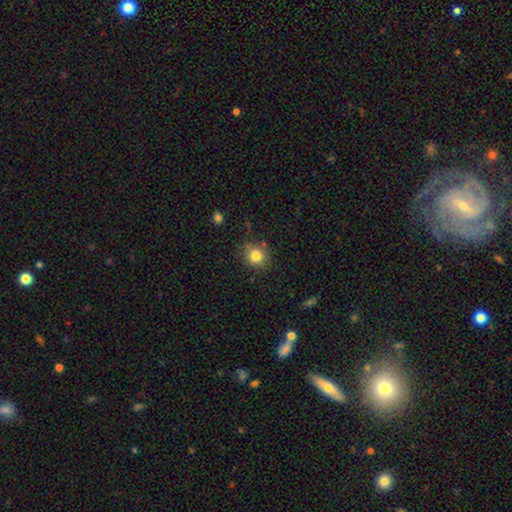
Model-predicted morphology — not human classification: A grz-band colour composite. It shows a smooth galaxy with no disk features (82%) that is round (80%). Merging: none (81%).